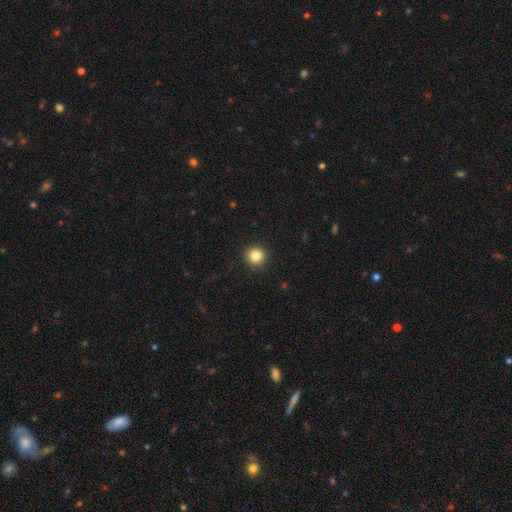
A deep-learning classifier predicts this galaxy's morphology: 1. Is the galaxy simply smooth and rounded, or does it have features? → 84% smooth, 11% star or artifact, 5% featured or disk.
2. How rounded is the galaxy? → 95% round, 4% in between, 1% cigar-shaped.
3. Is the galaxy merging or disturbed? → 92% none, 5% minor disturbance, 2% major disturbance, 1% merger.